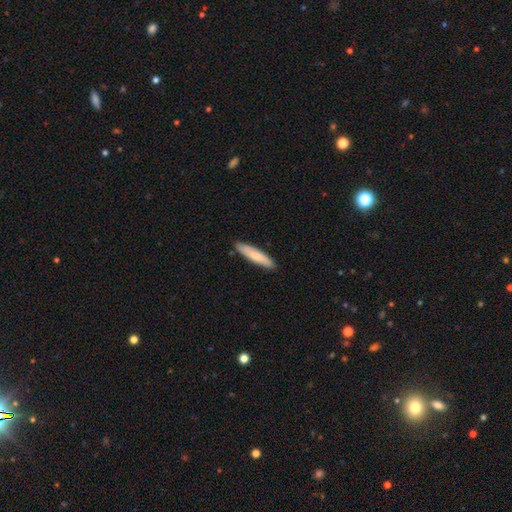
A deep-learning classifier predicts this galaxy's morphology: smooth_or_featured: smooth (p=0.78) [alt: featured or disk p=0.17]
how_rounded: cigar-shaped (p=0.84) [alt: in between p=0.15]
merging: none (p=0.89) [alt: minor disturbance p=0.09]